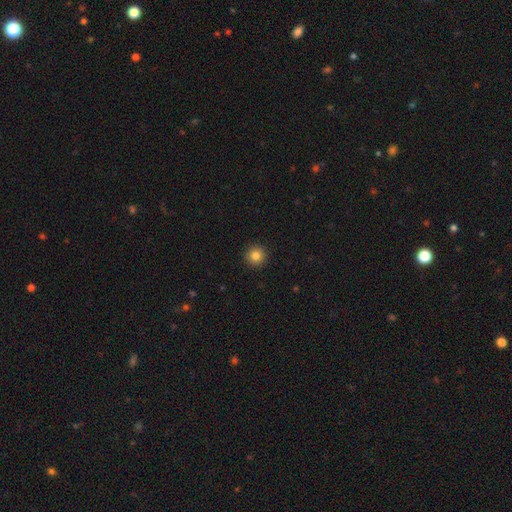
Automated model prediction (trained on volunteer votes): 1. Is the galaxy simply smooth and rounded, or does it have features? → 84% smooth, 11% star or artifact, 5% featured or disk.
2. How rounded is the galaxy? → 95% round, 4% in between, 1% cigar-shaped.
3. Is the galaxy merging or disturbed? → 93% none, 4% minor disturbance, 1% major disturbance, 1% merger.